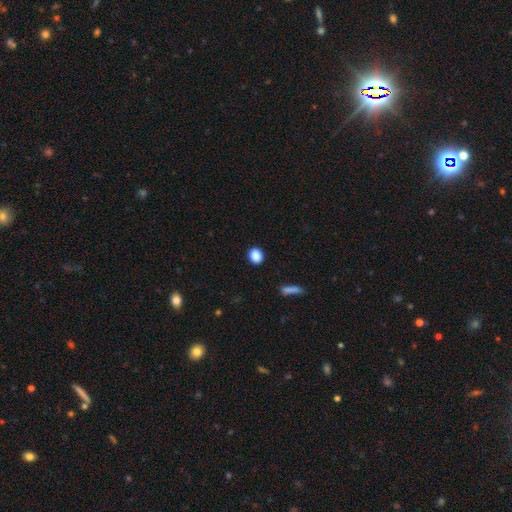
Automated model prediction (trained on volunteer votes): smooth 88%, star or artifact 9%, featured or disk 3%. Down the decision tree: how rounded — round (65%); merging — none (91%).